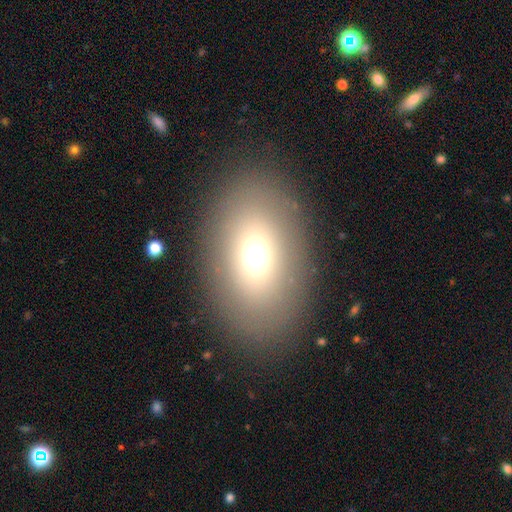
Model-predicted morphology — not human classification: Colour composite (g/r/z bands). It shows a smooth galaxy with no disk features (65%) that is in between round and cigar-shaped (81%). Merging: none (84%).